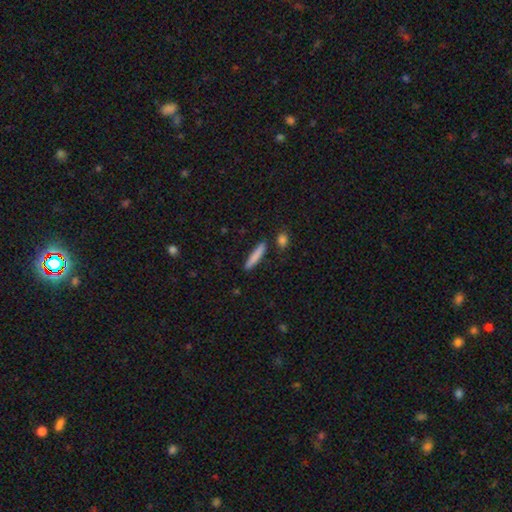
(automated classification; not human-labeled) Q: Smooth or featured?
A: smooth (82%); runner-up: featured or disk (12%)
Q: How rounded?
A: cigar-shaped (90%); runner-up: in between (8%)
Q: Merging?
A: none (86%); runner-up: minor disturbance (8%)